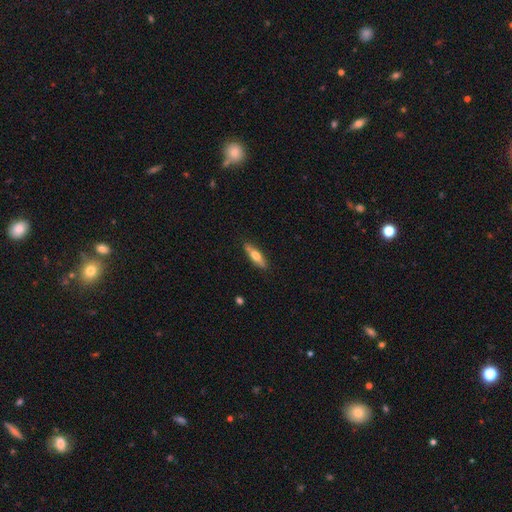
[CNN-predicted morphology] The model was most divided on "smooth or featured": smooth: 55%, featured or disk: 39%, star or artifact: 6%. More confident: merging — none (85%); how rounded — cigar-shaped (65%).